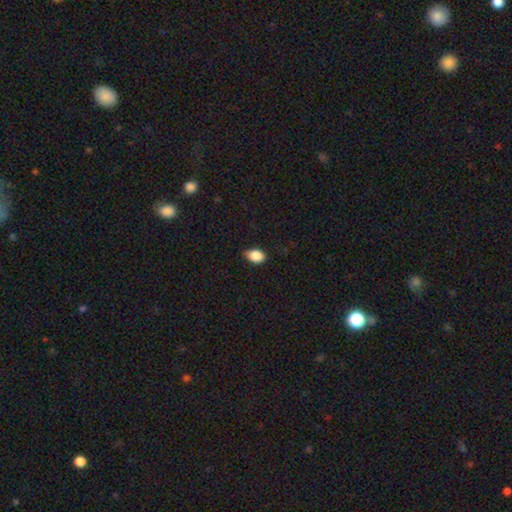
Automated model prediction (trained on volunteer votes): smooth_or_featured: smooth (p=0.88) [alt: star or artifact p=0.08]
how_rounded: in between (p=0.82) [alt: round p=0.17]
merging: none (p=0.75) [alt: minor disturbance p=0.21]